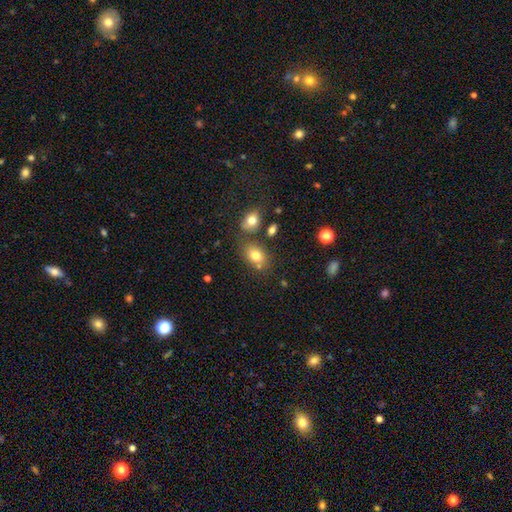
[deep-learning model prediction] smooth 76%, star or artifact 12%, featured or disk 12%. Down the decision tree: how rounded — in between (72%); merging — none (65%).